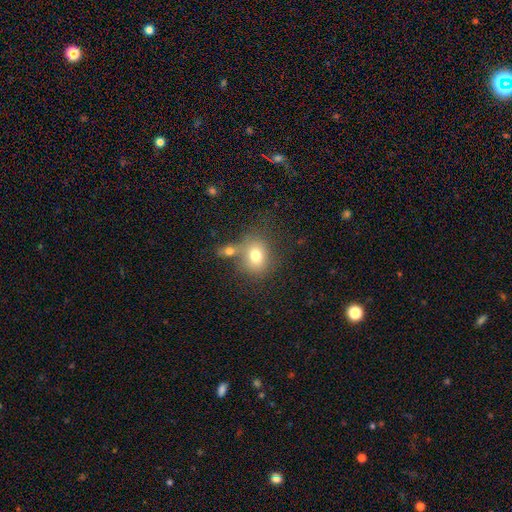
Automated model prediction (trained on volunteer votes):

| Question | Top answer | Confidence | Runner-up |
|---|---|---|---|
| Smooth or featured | smooth | 76% | featured or disk (13%) |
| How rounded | round | 56% | in between (43%) |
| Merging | none | 54% | merger (26%) |